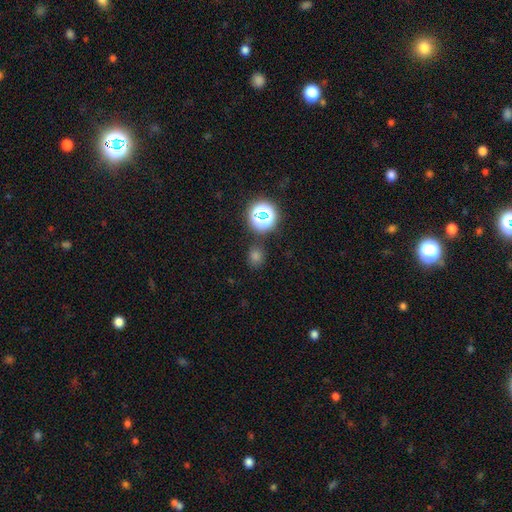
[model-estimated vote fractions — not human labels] Morphology: type=smooth (59%); roundness=round (84%); merging=none (85%).